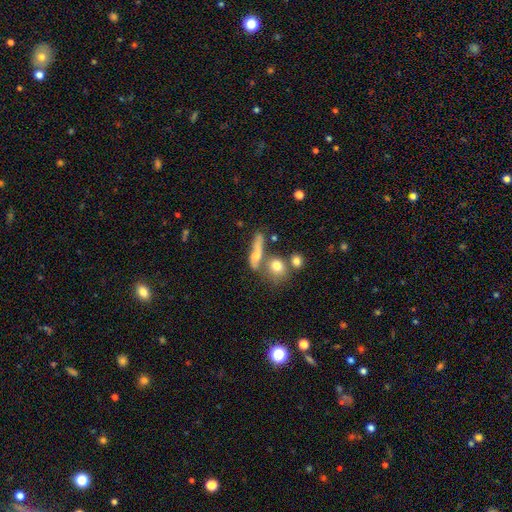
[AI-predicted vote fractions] smooth 57%, featured or disk 32%, star or artifact 11%. Down the decision tree: how rounded — cigar-shaped (45%); merging — none (38%).